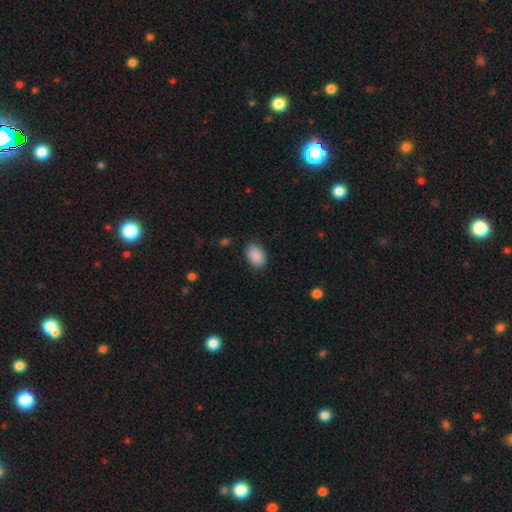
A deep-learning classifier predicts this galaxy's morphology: Overall: smooth (90%). How rounded: in between (86%). Merging: none (84%).